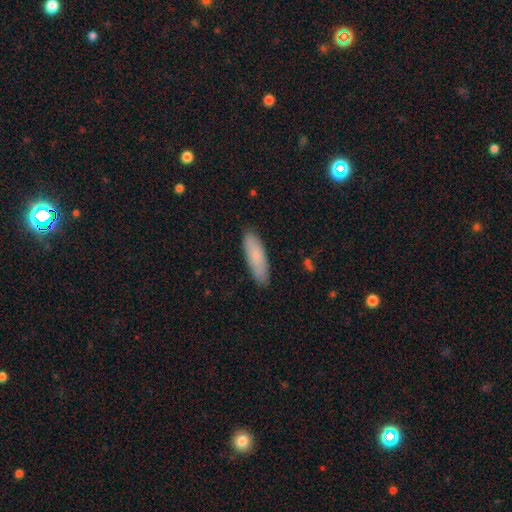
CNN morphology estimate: Smooth or featured? smooth (78%)
How rounded? cigar-shaped (53%)
Merging? none (86%)